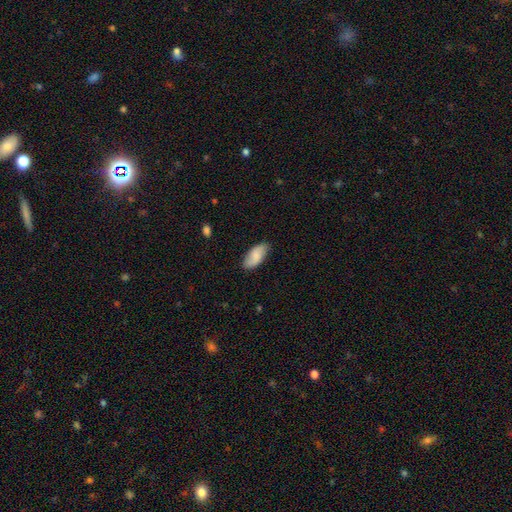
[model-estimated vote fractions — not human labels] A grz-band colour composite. It shows a smooth galaxy with no disk features (77%) that is in between round and cigar-shaped (91%). Merging: none (80%).